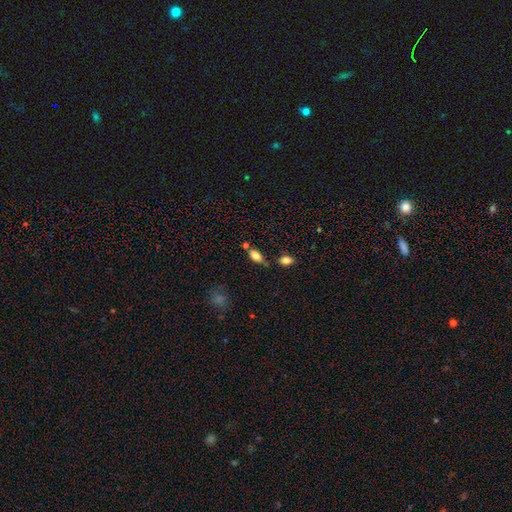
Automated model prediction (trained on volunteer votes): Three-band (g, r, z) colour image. It shows a smooth galaxy with no disk features (78%) that is in between round and cigar-shaped (88%). Merging: none (63%).